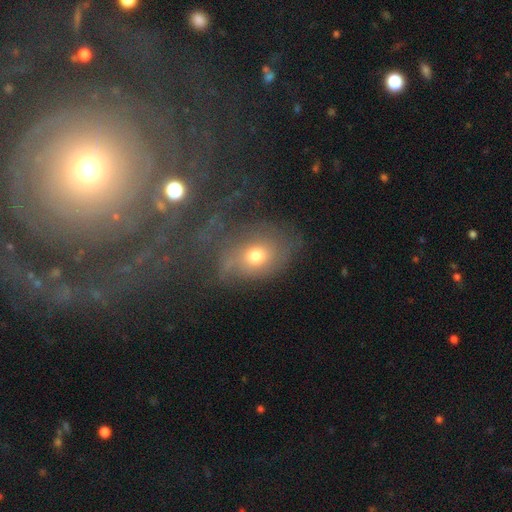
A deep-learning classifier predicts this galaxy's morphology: smooth_or_featured: smooth (p=0.53) [alt: featured or disk p=0.31]
how_rounded: in between (p=0.53) [alt: round p=0.45]
merging: none (p=0.39) [alt: major disturbance p=0.30]